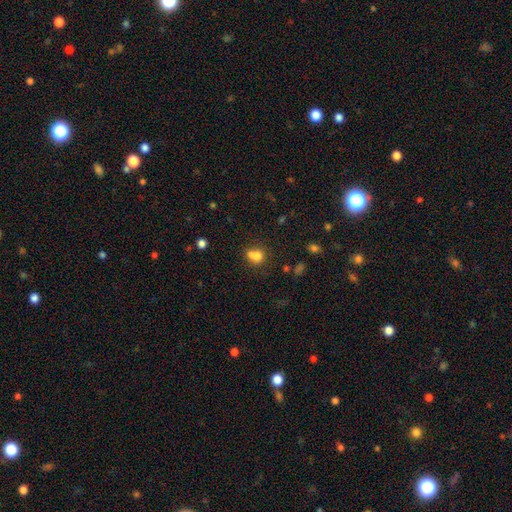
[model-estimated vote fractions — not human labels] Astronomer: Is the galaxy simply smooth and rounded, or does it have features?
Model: smooth — 73%.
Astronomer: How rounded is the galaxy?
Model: round — 66%.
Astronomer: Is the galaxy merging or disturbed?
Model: merger — 53% (runner-up: none, 32%).